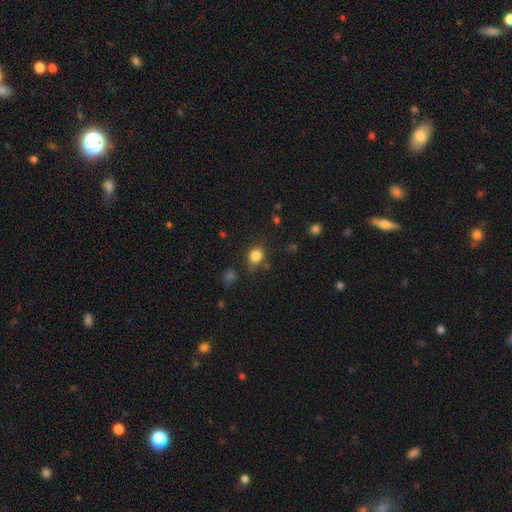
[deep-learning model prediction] smooth-or-featured: smooth: 83% | star or artifact: 12% | featured or disk: 5%
  how-rounded: round: 65% | in between: 34% | cigar-shaped: 1%
  merging: none: 72% | minor disturbance: 18% | major disturbance: 6% | merger: 5%